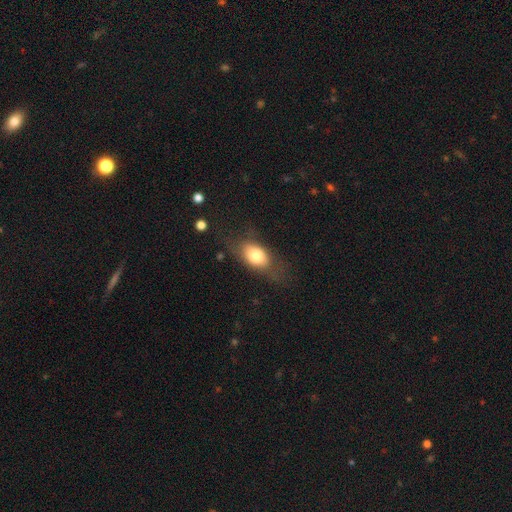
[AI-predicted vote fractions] Smooth or featured?
  - smooth: 73% *
  - featured or disk: 19%
  - star or artifact: 8%
How rounded?
  - in between: 80% *
  - round: 15%
  - cigar-shaped: 5%
Merging?
  - none: 65% *
  - minor disturbance: 21%
  - major disturbance: 13%
  - merger: 2%